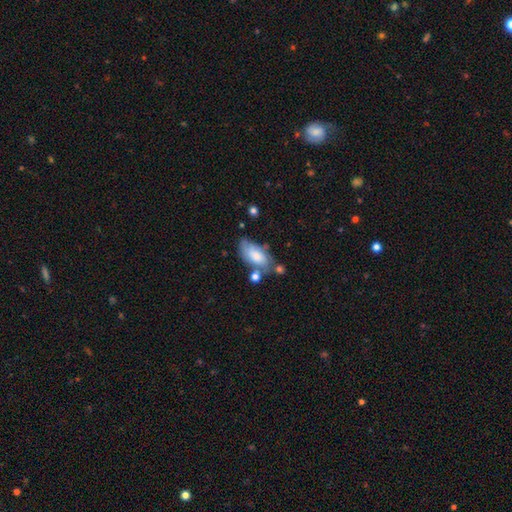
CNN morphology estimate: This is likely a smooth galaxy (68%). How rounded: clearly in between (91%). Merging: possibly none (48%).